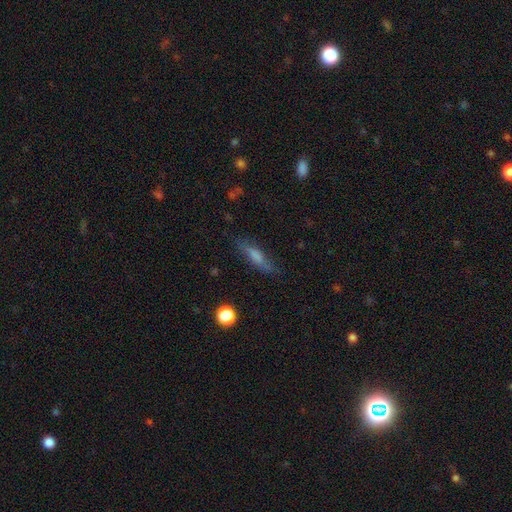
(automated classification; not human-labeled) Smooth or featured? Predicted: smooth (p=0.55). How rounded? Predicted: cigar-shaped (p=0.69). Merging? Predicted: none (p=0.74).